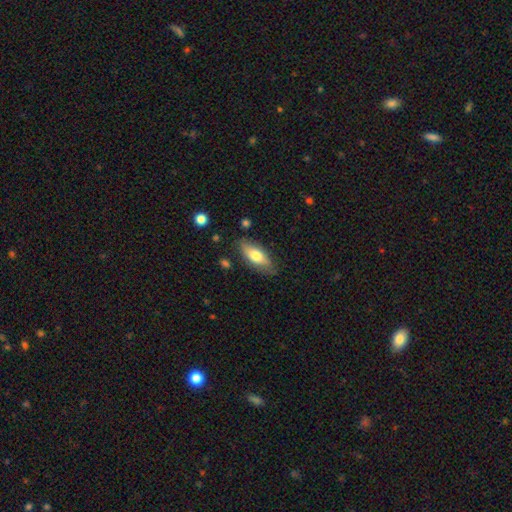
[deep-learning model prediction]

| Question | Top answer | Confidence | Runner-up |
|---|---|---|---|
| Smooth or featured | smooth | 70% | featured or disk (24%) |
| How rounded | in between | 77% | cigar-shaped (20%) |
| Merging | none | 79% | minor disturbance (16%) |